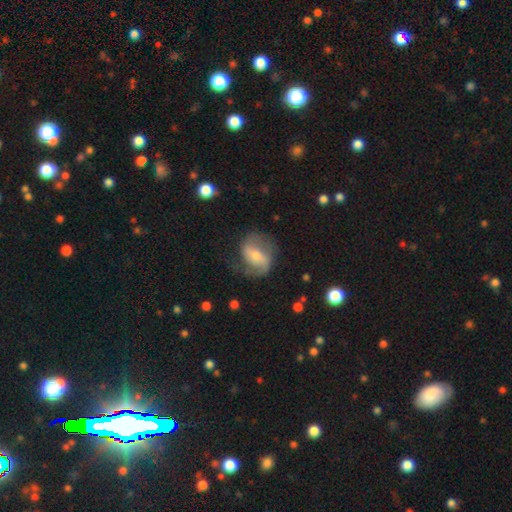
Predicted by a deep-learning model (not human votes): Morphology: type=featured or disk (74%); edge-on=no (97%); bar=weak (45%); spiral arms=yes (90%); winding=medium (44%); arm count=2 (83%); bulge=moderate (50%); merging=none (63%).